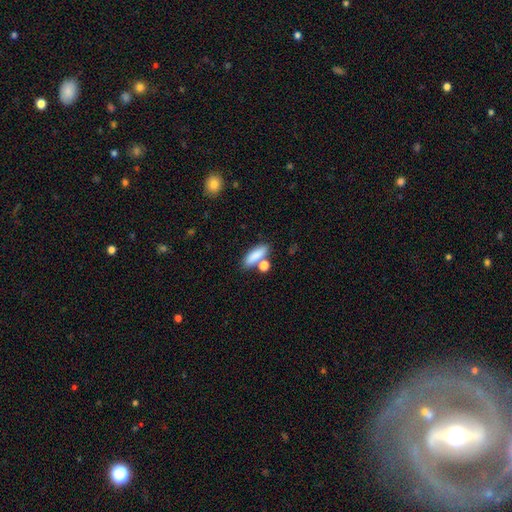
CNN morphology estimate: The model was most divided on "how rounded": in between: 62%, cigar-shaped: 32%, round: 5%. More confident: smooth or featured — smooth (85%); merging — none (64%).